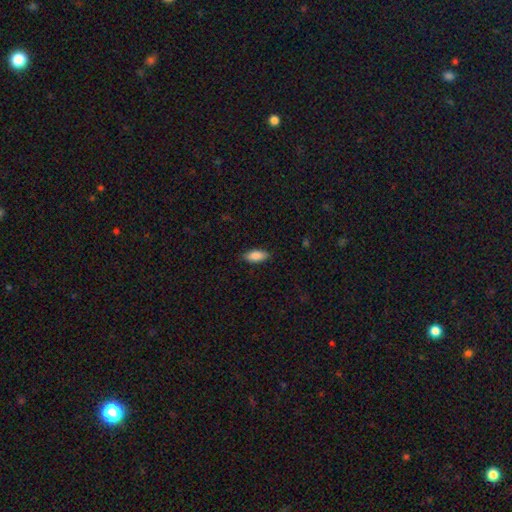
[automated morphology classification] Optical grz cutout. It shows a smooth galaxy with no disk features (87%) that is in between round and cigar-shaped (86%). Merging: none (86%).